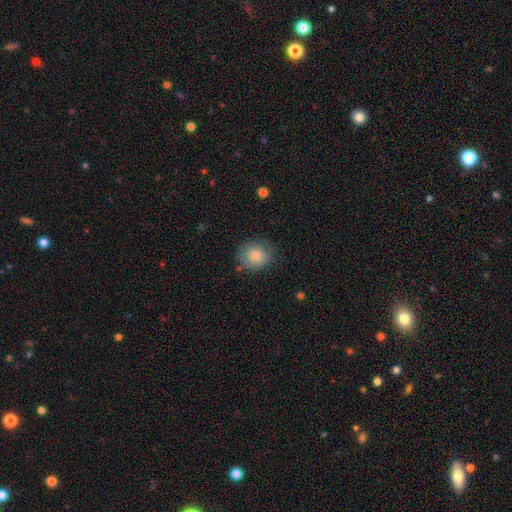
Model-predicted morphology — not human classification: Smooth or featured? Predicted: smooth (p=0.78). How rounded? Predicted: round (p=0.79). Merging? Predicted: none (p=0.72).